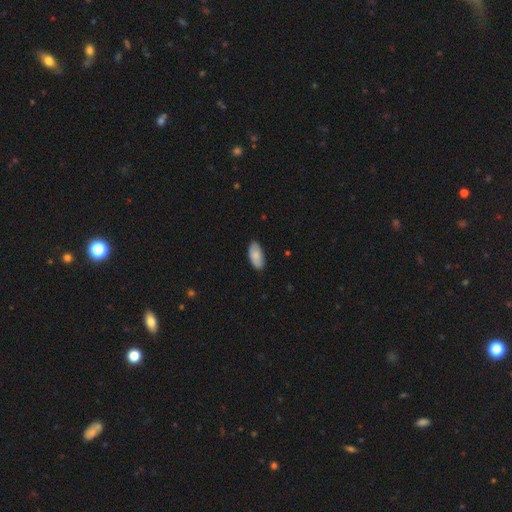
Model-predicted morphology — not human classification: Smooth or featured? Predicted: smooth (p=0.84). How rounded? Predicted: in between (p=0.93). Merging? Predicted: none (p=0.84).